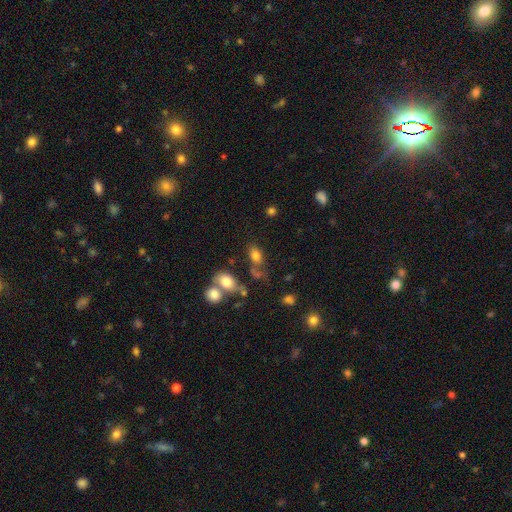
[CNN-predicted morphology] The model was most divided on "merging": none: 51%, merger: 22%, minor disturbance: 17%, major disturbance: 10%. More confident: how rounded — in between (84%); smooth or featured — smooth (78%).